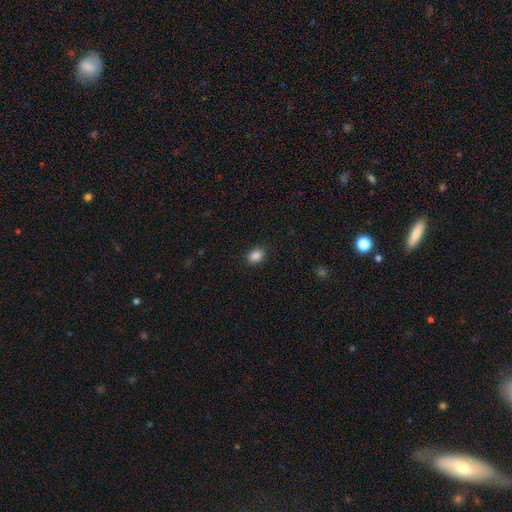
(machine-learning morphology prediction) This is clearly a smooth galaxy (86%). How rounded: possibly in between (60%). Merging: clearly none (88%).